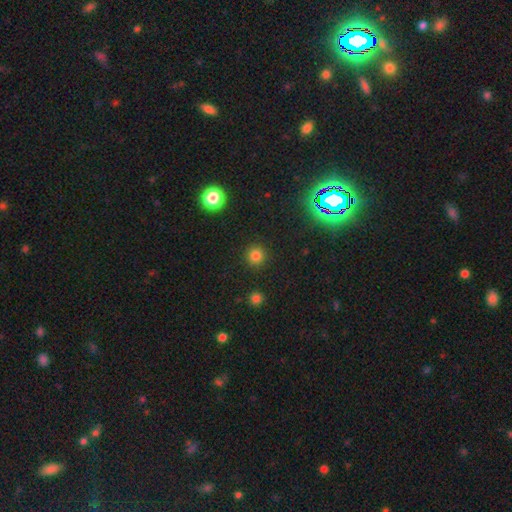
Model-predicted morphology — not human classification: Smooth or featured? Predicted: smooth (p=0.78). How rounded? Predicted: round (p=0.94). Merging? Predicted: none (p=0.91).